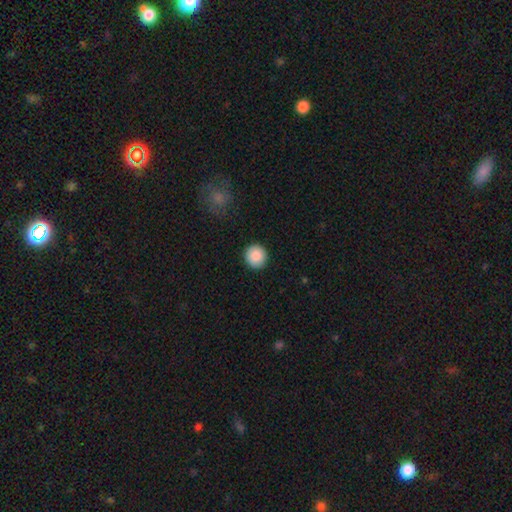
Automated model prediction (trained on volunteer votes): smooth_or_featured: smooth (p=0.87) [alt: star or artifact p=0.08]
how_rounded: round (p=0.94) [alt: in between p=0.06]
merging: none (p=0.92) [alt: minor disturbance p=0.05]